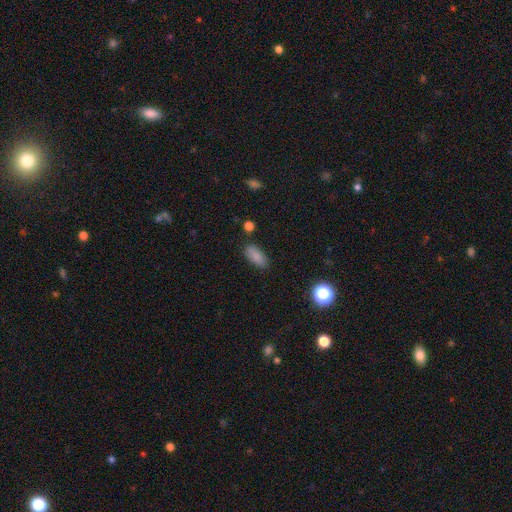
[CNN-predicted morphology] This is clearly a smooth galaxy (86%). How rounded: clearly in between (85%). Merging: clearly none (84%).